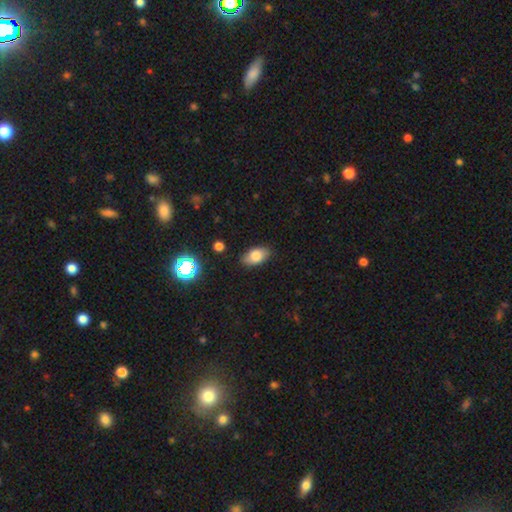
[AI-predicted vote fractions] smooth 80%, featured or disk 11%, star or artifact 9%. Down the decision tree: how rounded — in between (91%); merging — none (84%).